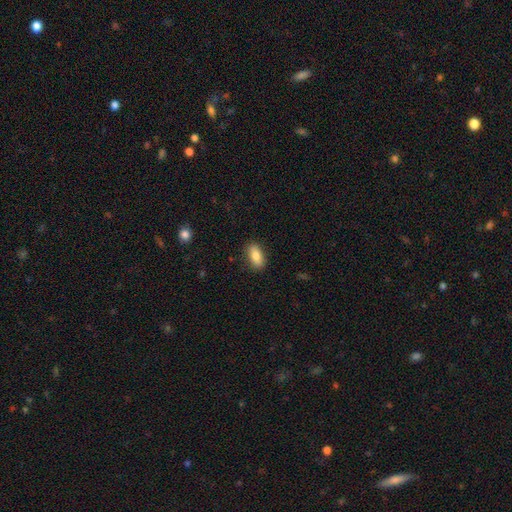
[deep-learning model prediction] This is clearly a smooth galaxy (82%). How rounded: clearly in between (86%). Merging: clearly none (87%).